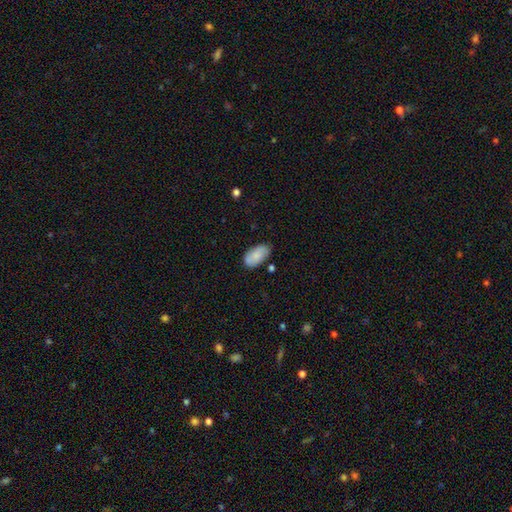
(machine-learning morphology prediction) Smooth or featured?
  - smooth: 81% *
  - featured or disk: 13%
  - star or artifact: 6%
How rounded?
  - in between: 95% *
  - round: 3%
  - cigar-shaped: 2%
Merging?
  - none: 75% *
  - minor disturbance: 18%
  - major disturbance: 3%
  - merger: 3%